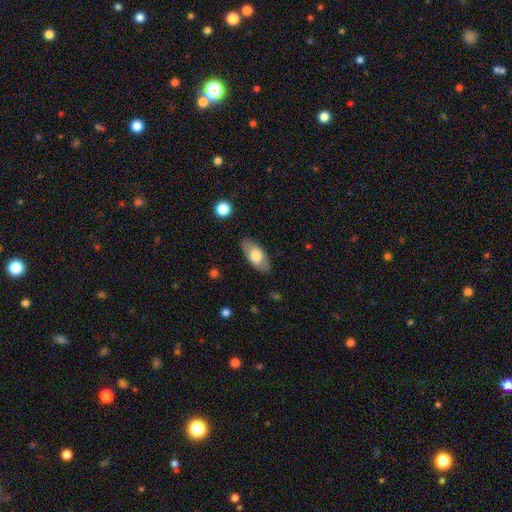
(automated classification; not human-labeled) smooth-or-featured: smooth: 67% | featured or disk: 27% | star or artifact: 6%
  how-rounded: in between: 90% | cigar-shaped: 7% | round: 3%
  merging: none: 84% | minor disturbance: 12% | major disturbance: 3% | merger: 1%